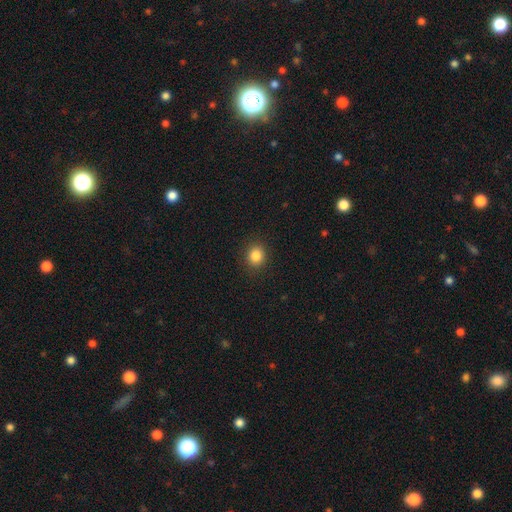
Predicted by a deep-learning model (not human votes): A smooth galaxy with no disk features (84%) that is round (79%).

Vote fractions:
- Smooth or featured? smooth: 84% / star or artifact: 11% / featured or disk: 5%
- How rounded? round: 79% / in between: 20% / cigar-shaped: 1%
- Merging? none: 90% / minor disturbance: 7% / major disturbance: 2% / merger: 1%